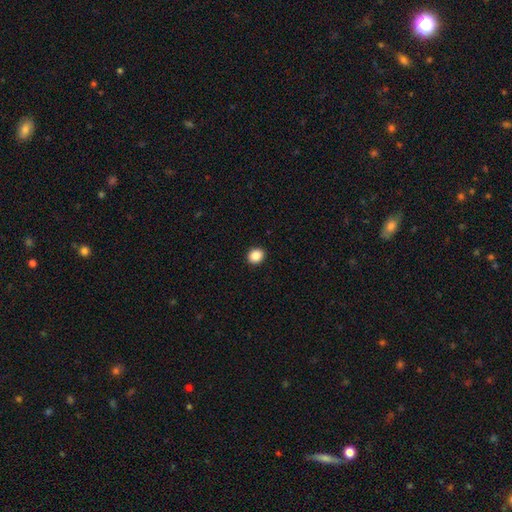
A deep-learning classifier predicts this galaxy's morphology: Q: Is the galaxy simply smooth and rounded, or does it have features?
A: smooth — 87%.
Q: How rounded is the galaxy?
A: round — 74%.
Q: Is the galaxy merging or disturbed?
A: none — 93%.